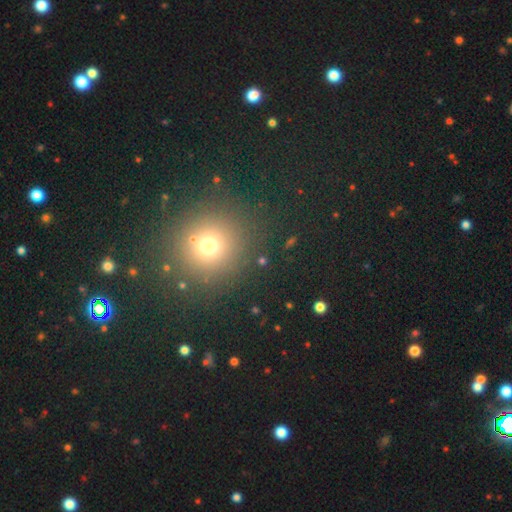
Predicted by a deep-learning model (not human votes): Smooth or featured? smooth (58%)
How rounded? round (91%)
Merging? none (88%)